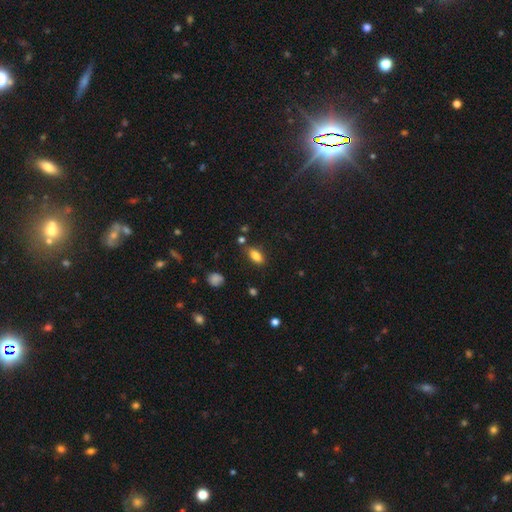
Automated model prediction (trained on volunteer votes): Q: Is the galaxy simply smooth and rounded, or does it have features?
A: smooth — 81%.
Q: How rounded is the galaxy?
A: in between — 85%.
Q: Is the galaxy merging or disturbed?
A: none — 76%.